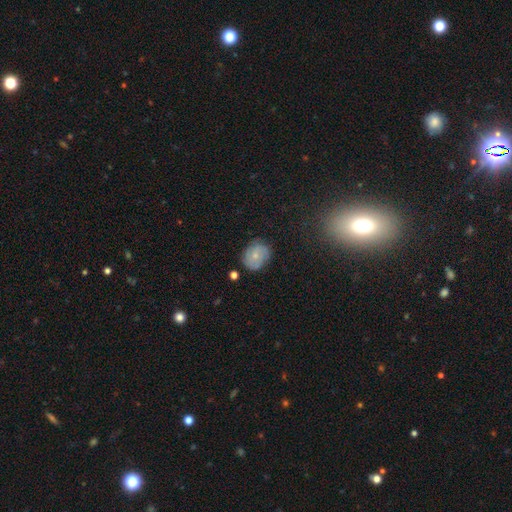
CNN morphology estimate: Smooth or featured?
  - smooth: 50% *
  - featured or disk: 42%
  - star or artifact: 8%
How rounded?
  - round: 59% *
  - in between: 39%
  - cigar-shaped: 1%
Merging?
  - none: 71% *
  - minor disturbance: 21%
  - major disturbance: 5%
  - merger: 2%